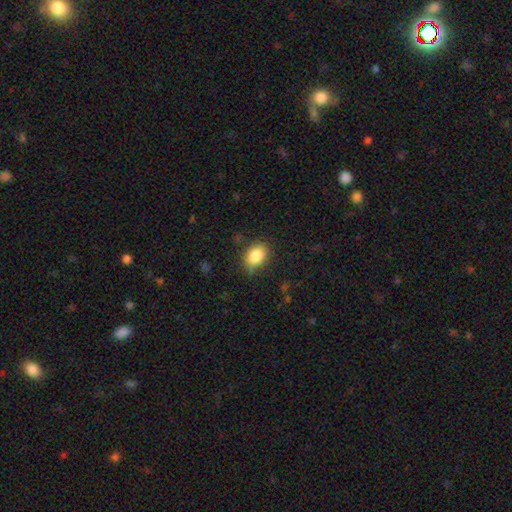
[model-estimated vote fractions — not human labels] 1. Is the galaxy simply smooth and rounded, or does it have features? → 86% smooth, 9% star or artifact, 6% featured or disk.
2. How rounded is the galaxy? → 76% in between, 23% round, 1% cigar-shaped.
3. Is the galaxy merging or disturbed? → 78% none, 16% minor disturbance, 4% major disturbance, 2% merger.